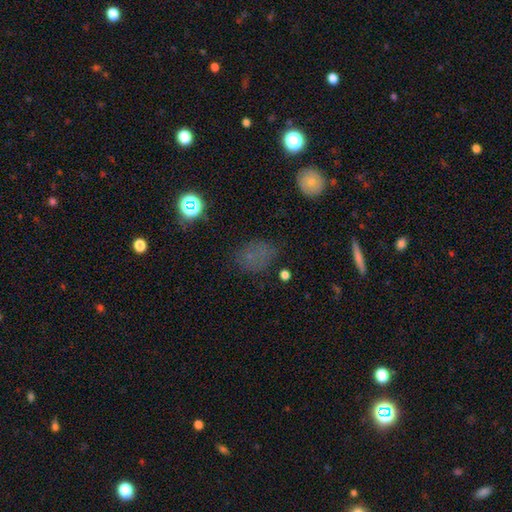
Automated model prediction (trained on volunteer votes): Q: Smooth or featured?
A: smooth (59%); runner-up: star or artifact (26%)
Q: How rounded?
A: in between (58%); runner-up: round (39%)
Q: Merging?
A: none (67%); runner-up: minor disturbance (20%)